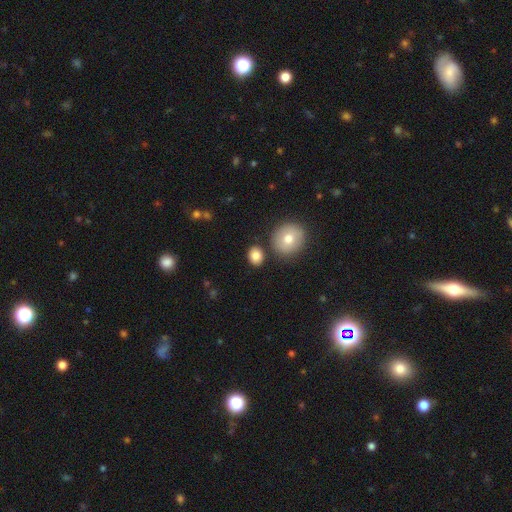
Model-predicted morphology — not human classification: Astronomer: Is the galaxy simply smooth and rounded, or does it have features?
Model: smooth — 85%.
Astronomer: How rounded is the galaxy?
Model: round — 51% (runner-up: in between, 48%).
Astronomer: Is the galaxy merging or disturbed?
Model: none — 81%.